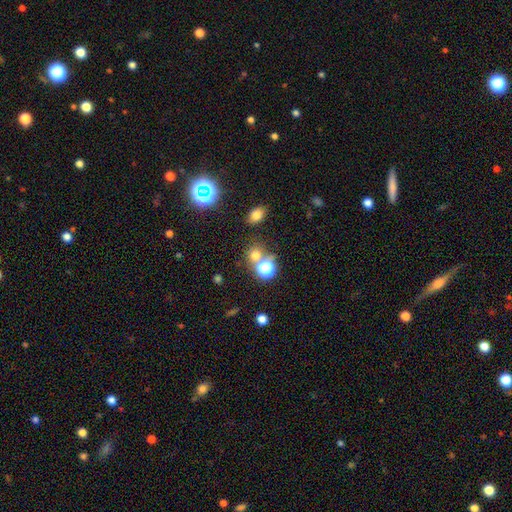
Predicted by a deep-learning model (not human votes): Morphology: type=smooth (63%); roundness=round (81%); merging=none (62%).